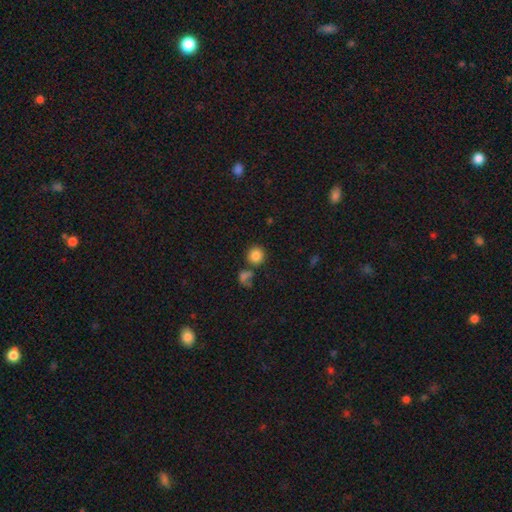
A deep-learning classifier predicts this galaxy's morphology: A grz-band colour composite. It shows a smooth galaxy with no disk features (84%) that is round (91%). Merging: none (72%).